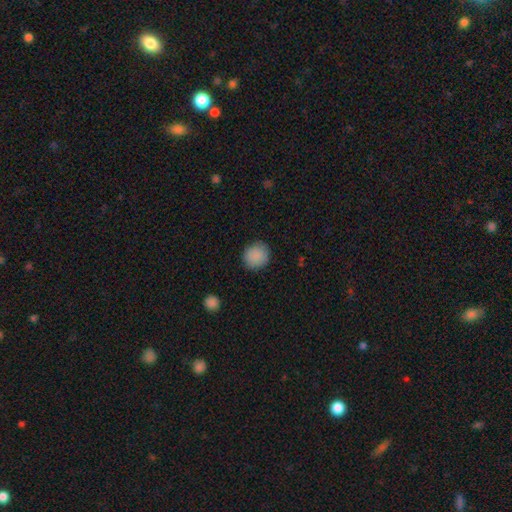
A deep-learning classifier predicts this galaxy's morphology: This appears to be a smooth galaxy with no disk features (89%) that is round (89%). Merging: none (88%).